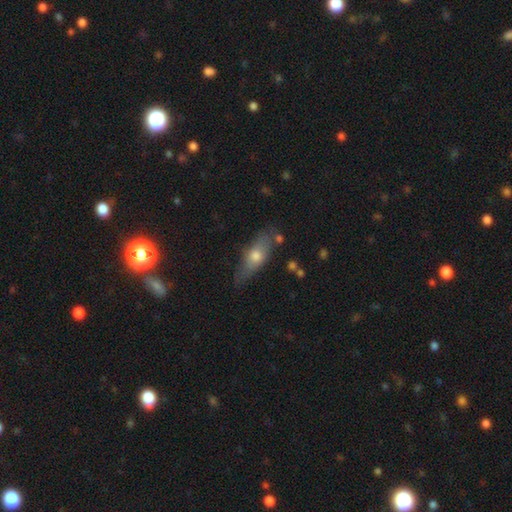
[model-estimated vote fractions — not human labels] smooth 49%, featured or disk 41%, star or artifact 10%. Down the decision tree: merging — none (73%).